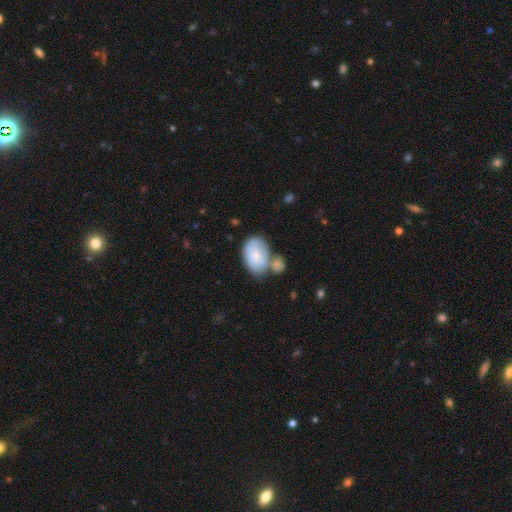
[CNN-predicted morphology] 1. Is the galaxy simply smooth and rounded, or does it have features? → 74% smooth, 20% featured or disk, 6% star or artifact.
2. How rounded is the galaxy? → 89% in between, 10% round, 1% cigar-shaped.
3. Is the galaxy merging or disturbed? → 37% none (tied), 37% merger (tied), 19% minor disturbance, 7% major disturbance.